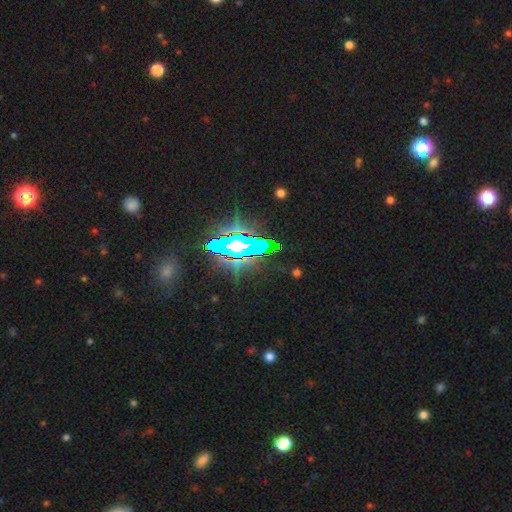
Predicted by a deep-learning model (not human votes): A star or artifact, not a galaxy (71%).

Vote fractions:
- Smooth or featured? star or artifact: 71% / featured or disk: 16% / smooth: 13%